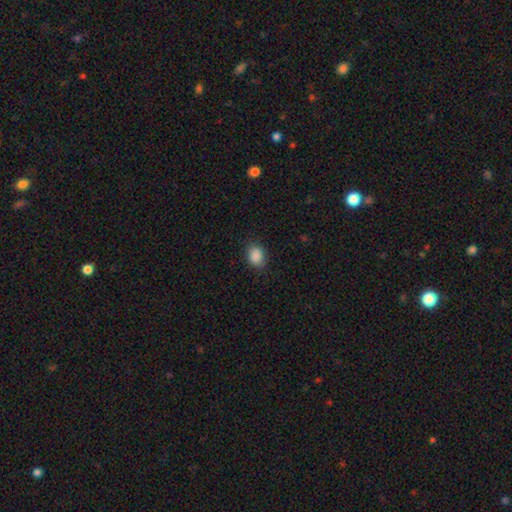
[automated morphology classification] This is clearly a smooth galaxy (89%). How rounded: likely in between (64%). Merging: clearly none (84%).